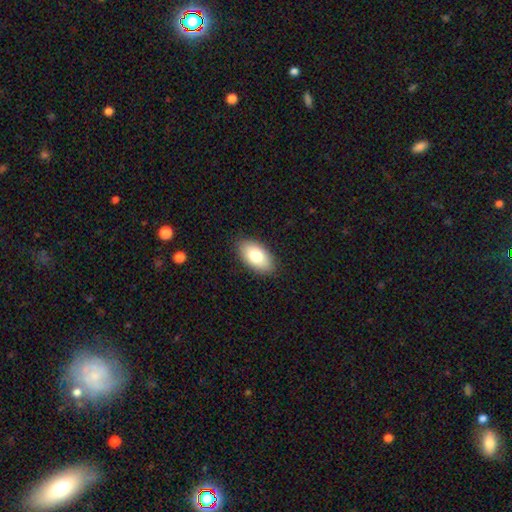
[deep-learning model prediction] A smooth galaxy with no disk features (79%) that is in between round and cigar-shaped (94%). Merging: none (88%).